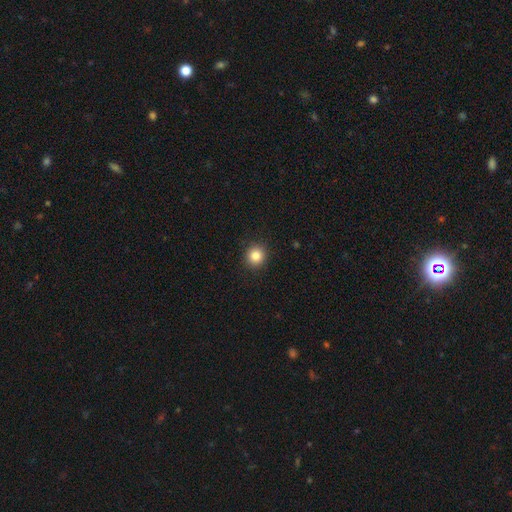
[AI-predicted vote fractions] Smooth or featured?
  - smooth: 84% *
  - star or artifact: 11%
  - featured or disk: 6%
How rounded?
  - round: 91% *
  - in between: 8%
  - cigar-shaped: 1%
Merging?
  - none: 91% *
  - minor disturbance: 6%
  - major disturbance: 2%
  - merger: 1%